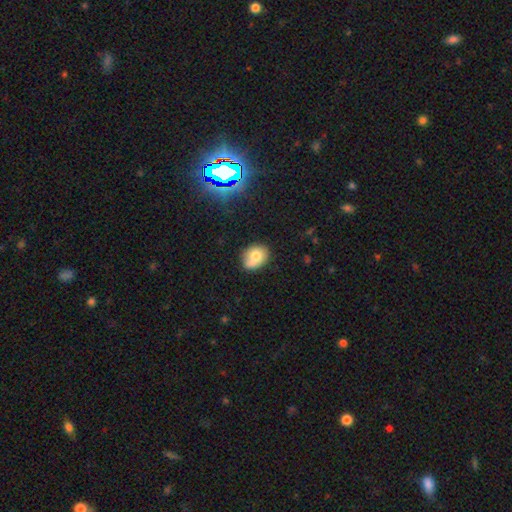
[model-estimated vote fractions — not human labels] This appears to be a smooth galaxy with no disk features (70%) that is round (50%). Merging: none (55%).